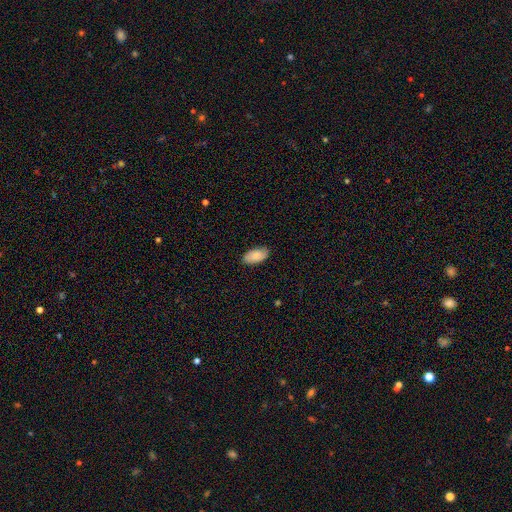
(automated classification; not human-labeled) Smooth or featured?
  - smooth: 80% *
  - featured or disk: 14%
  - star or artifact: 6%
How rounded?
  - in between: 95% *
  - cigar-shaped: 2%
  - round: 2%
Merging?
  - none: 84% *
  - minor disturbance: 12%
  - major disturbance: 2%
  - merger: 1%